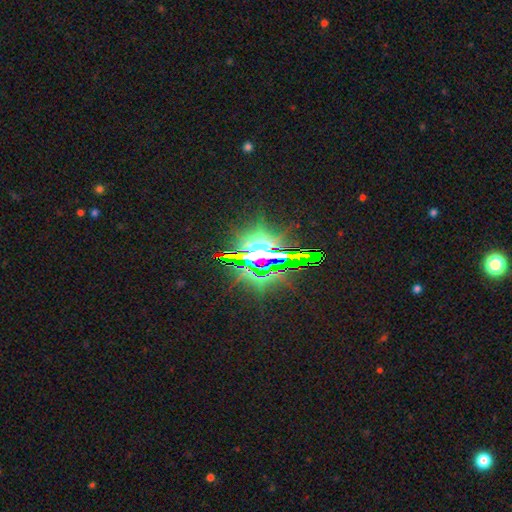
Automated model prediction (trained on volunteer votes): This is clearly a star or artifact rather than a galaxy (82%).